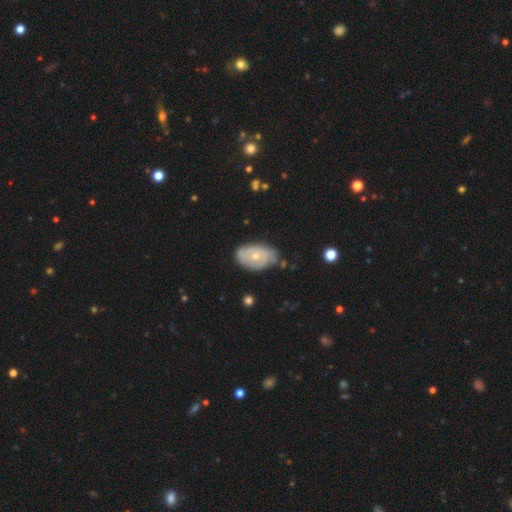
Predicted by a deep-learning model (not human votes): Smooth or featured? featured or disk (53%)
Edge-on disk? no (94%)
Merging? none (62%)